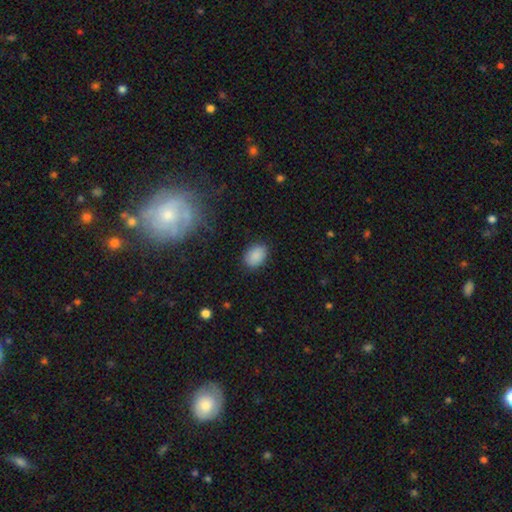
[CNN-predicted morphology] Smooth or featured? smooth (87%)
How rounded? in between (78%)
Merging? none (86%)